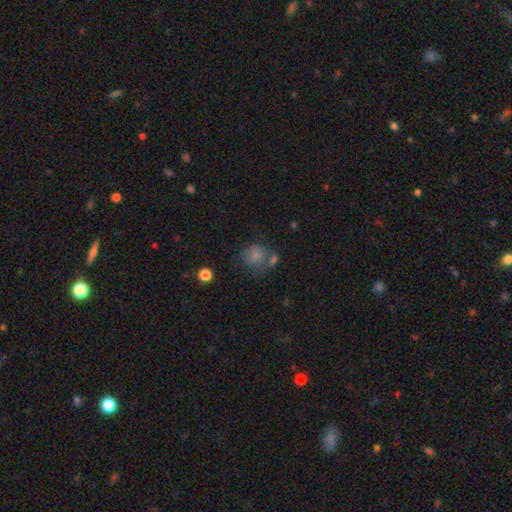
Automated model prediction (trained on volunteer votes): The model was most divided on "merging": none: 50%, merger: 21%, minor disturbance: 19%, major disturbance: 10%. More confident: smooth or featured — smooth (79%); how rounded — round (77%).